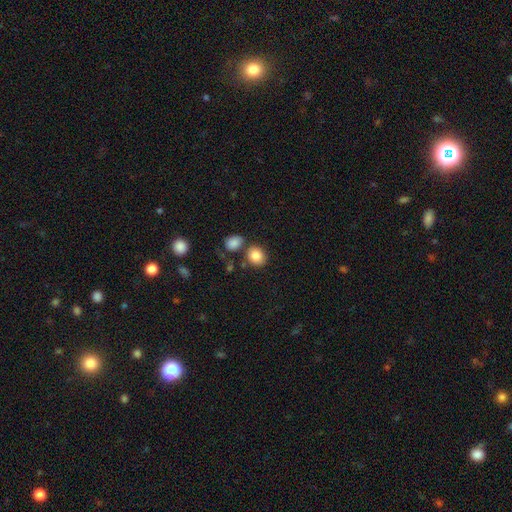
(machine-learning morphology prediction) Smooth or featured: smooth — 84% (star or artifact — 9%)
How rounded: round — 68% (in between — 31%)
Merging: none — 72% (merger — 14%)